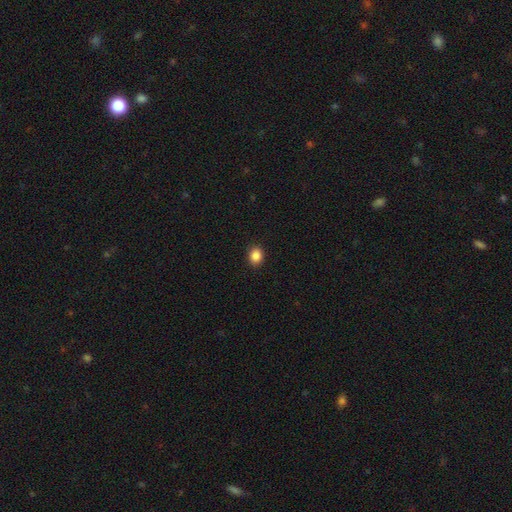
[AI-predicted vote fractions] Smooth or featured?
  - smooth: 87% *
  - star or artifact: 10%
  - featured or disk: 4%
How rounded?
  - round: 58% *
  - in between: 41%
  - cigar-shaped: 1%
Merging?
  - none: 91% *
  - minor disturbance: 6%
  - major disturbance: 2%
  - merger: 1%